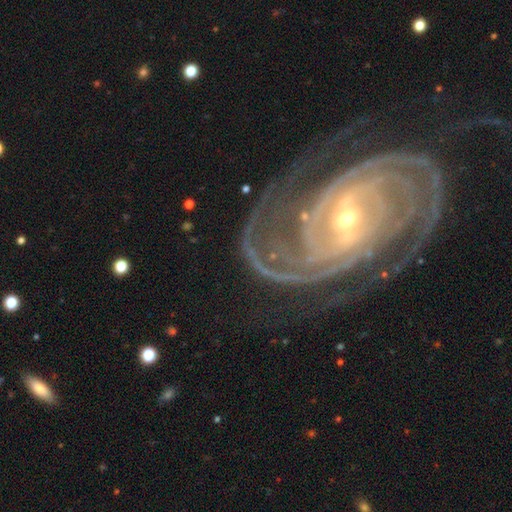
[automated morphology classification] This is clearly a featured or disk galaxy (90%). It is clearly not viewed edge-on (97%). Bar: marginally strong (39%). Spiral arm pattern: clearly yes (98%). Spiral arm count: marginally 2 (30%). Spiral winding: possibly tight (59%). Central bulge: likely small (72%). Merging: likely none (66%).